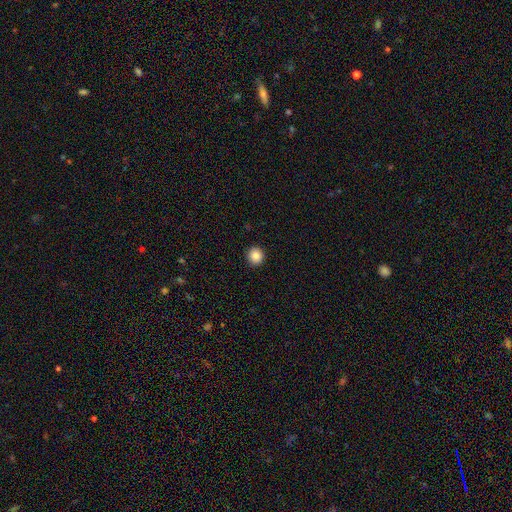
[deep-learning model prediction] Morphology: type=smooth (87%); roundness=round (93%); merging=none (93%).